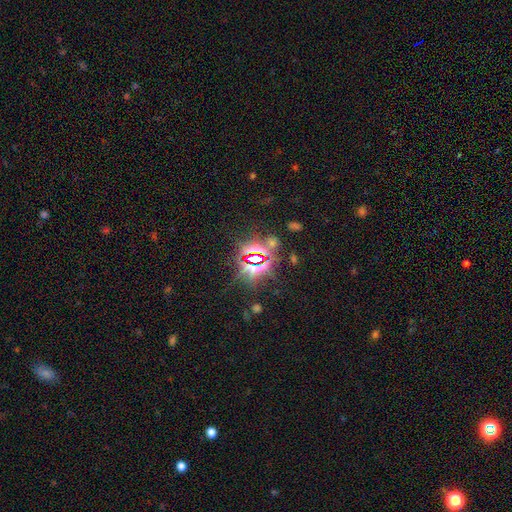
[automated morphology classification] Smooth or featured?
  - star or artifact: 83% *
  - smooth: 9%
  - featured or disk: 9%